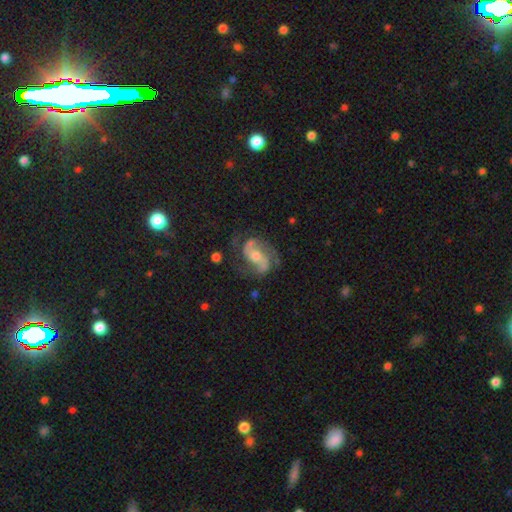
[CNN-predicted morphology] A featured or disk galaxy (86%) with no bar (47%), 2 (86%) medium (50%) spiral arms (96%) and a moderate central bulge (55%).

Vote fractions:
- Smooth or featured? featured or disk: 86% / smooth: 8% / star or artifact: 6%
- Edge-on disk? no: 97% / yes: 3%
- Bar? no: 47% / weak: 36% / strong: 16%
- Spiral arms? yes: 96% / no: 4%
- Spiral winding? medium: 50% / loose: 32% / tight: 18%
- Spiral arm count? 2: 86% / 3: 5% / can't tell: 4% / 1: 2% / 4: 1% / more than 4: 1%
- Bulge size? moderate: 55% / small: 39% / large: 3% / none: 2% / dominant: 1%
- Merging? none: 66% / minor disturbance: 20% / major disturbance: 12% / merger: 2%